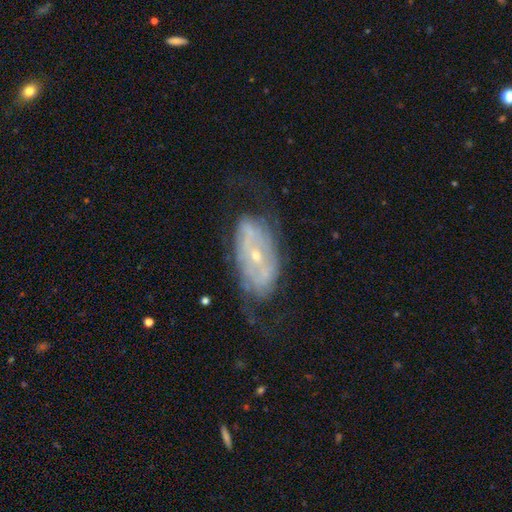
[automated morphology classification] Smooth or featured: featured or disk — 79% (smooth — 14%)
Edge-on disk: no — 91% (yes — 9%)
Bar: no — 48% (weak — 30%)
Spiral arms: yes — 72% (no — 28%)
Spiral winding: tight — 47% (medium — 34%)
Spiral arm count: 2 — 46% (can't tell — 38%)
Bulge size: small — 72% (moderate — 25%)
Merging: none — 59% (minor disturbance — 21%)